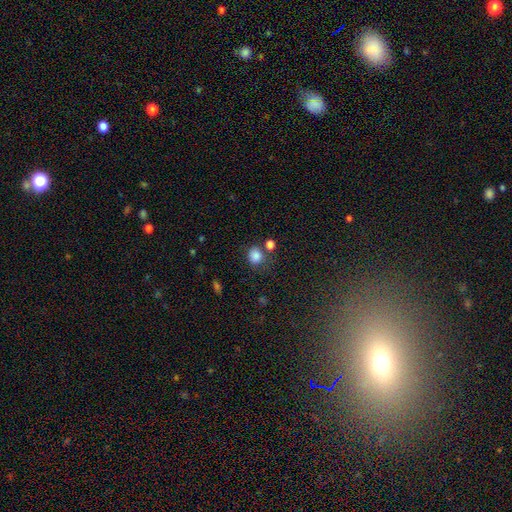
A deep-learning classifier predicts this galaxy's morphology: smooth 84%, star or artifact 11%, featured or disk 5%. Down the decision tree: how rounded — round (66%); merging — none (65%).